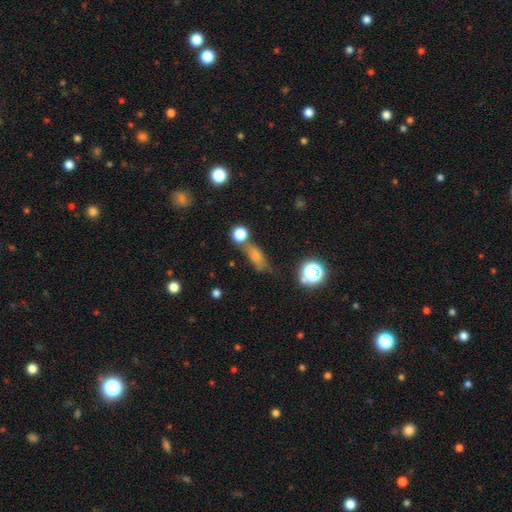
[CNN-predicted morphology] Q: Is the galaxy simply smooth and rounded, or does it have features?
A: smooth — 67%.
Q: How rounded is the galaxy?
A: in between — 49%.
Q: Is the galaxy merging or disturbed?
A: none — 50%.